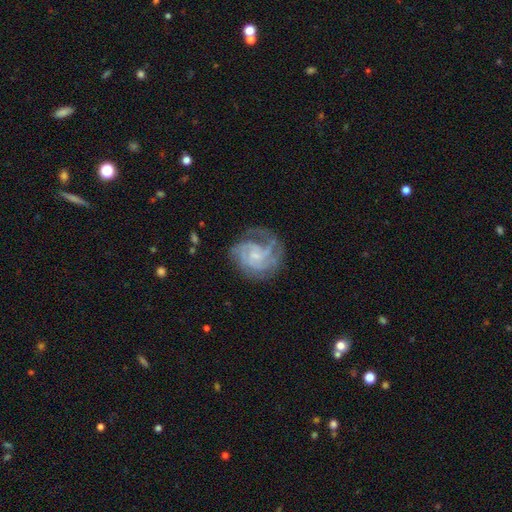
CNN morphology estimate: Overall: featured or disk (84%). Edge-on disk: no (98%). Bar: no (62%; weak 33%). Spiral arms: yes (95%). Spiral arm count: 3 (31%; can't tell 25%). Spiral winding: tight (53%; medium 37%). Bulge size: small (63%). Merging: none (64%).